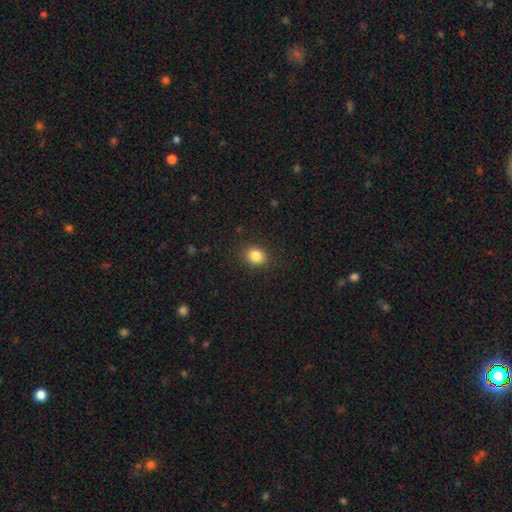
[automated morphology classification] Smooth or featured: smooth — 84% (star or artifact — 11%)
How rounded: round — 62% (in between — 37%)
Merging: none — 88% (minor disturbance — 8%)